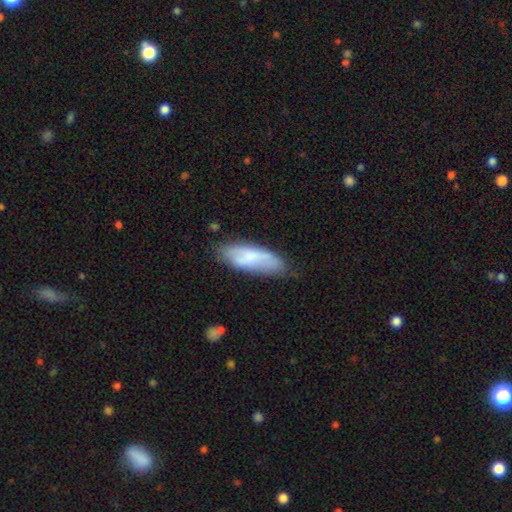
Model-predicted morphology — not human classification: The model was most divided on "how rounded": in between: 66%, cigar-shaped: 32%, round: 2%. More confident: smooth or featured — smooth (70%); merging — none (68%).